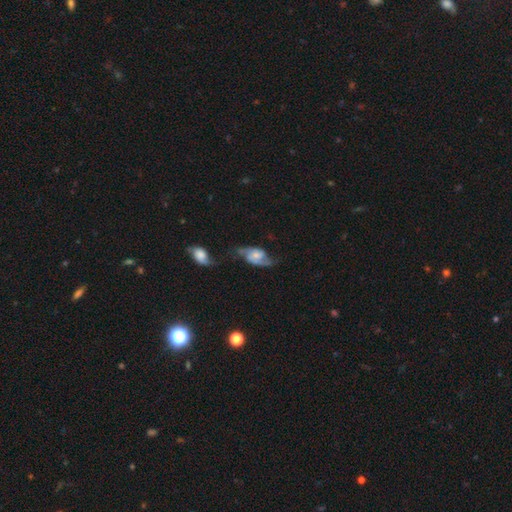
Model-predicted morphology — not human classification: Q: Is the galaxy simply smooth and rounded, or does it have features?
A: featured or disk — 78%.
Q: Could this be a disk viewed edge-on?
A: no — 96%.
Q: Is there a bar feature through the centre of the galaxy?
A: no — 55%.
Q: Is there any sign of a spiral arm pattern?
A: yes — 93%.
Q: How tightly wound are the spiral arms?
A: medium — 42%.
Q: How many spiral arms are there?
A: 2 — 87%.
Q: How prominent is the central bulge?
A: small — 44%.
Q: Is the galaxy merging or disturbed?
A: none — 45%.